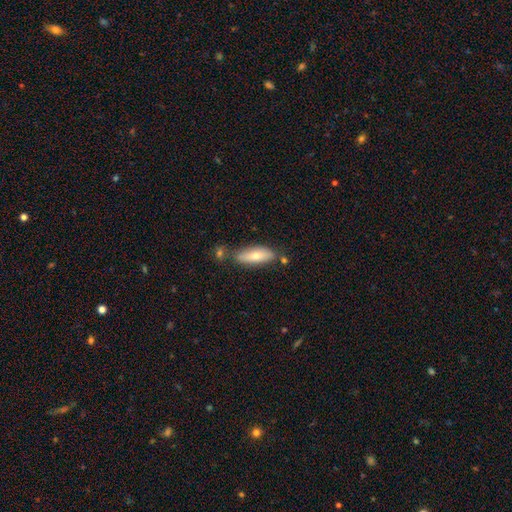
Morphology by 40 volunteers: Smooth or featured?
  - smooth: 65% *
  - featured or disk: 30%
  - star or artifact: 5%
How rounded?
  - in between: 65% *
  - cigar-shaped: 35%
  - round: 0%
Merging?
  - none: 66% *
  - minor disturbance: 21%
  - merger: 13%
  - major disturbance: 0%